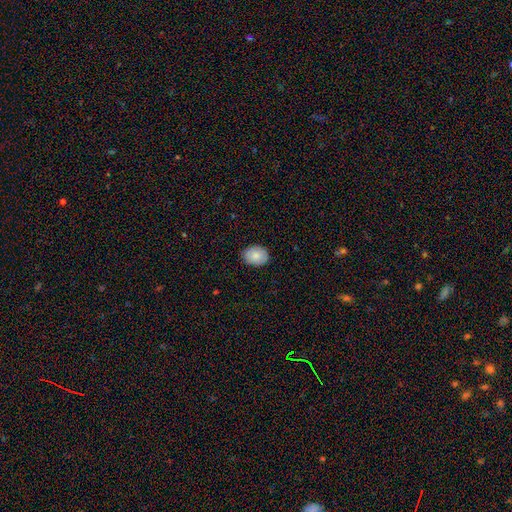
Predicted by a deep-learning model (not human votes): Smooth or featured? Predicted: smooth (p=0.83). How rounded? Predicted: in between (p=0.66). Merging? Predicted: none (p=0.85).